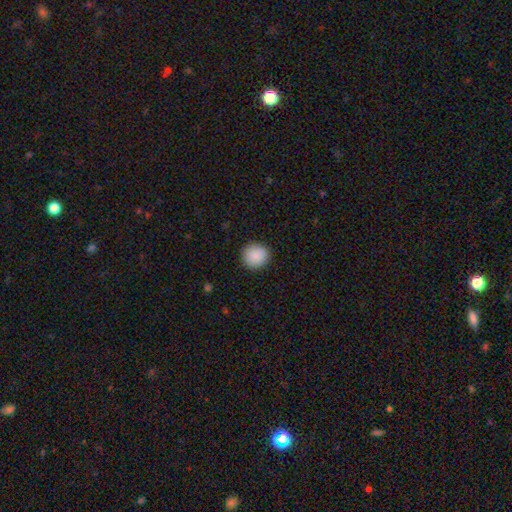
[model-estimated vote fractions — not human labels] A smooth galaxy with no disk features (89%) that is round (90%). Merging: none (91%).